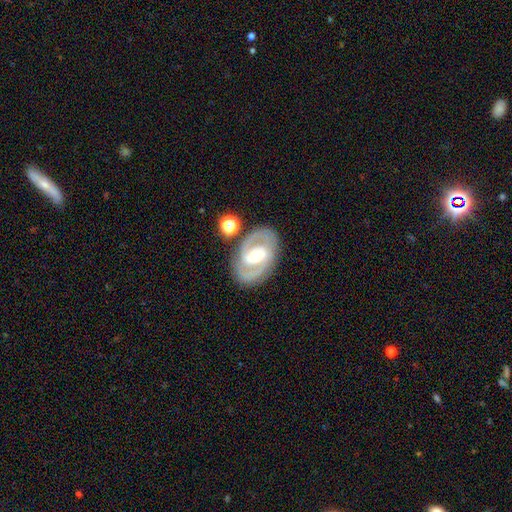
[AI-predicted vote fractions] smooth_or_featured: featured or disk (p=0.85) [alt: smooth p=0.10]
disk_edge_on: no (p=0.96) [alt: yes p=0.04]
bar: weak (p=0.43) [alt: strong p=0.39]
has_spiral_arms: yes (p=0.91) [alt: no p=0.09]
spiral_winding: medium (p=0.49) [alt: tight p=0.41]
spiral_arm_count: 2 (p=0.87) [alt: can't tell p=0.06]
bulge_size: moderate (p=0.64) [alt: small p=0.27]
merging: none (p=0.82) [alt: minor disturbance p=0.11]